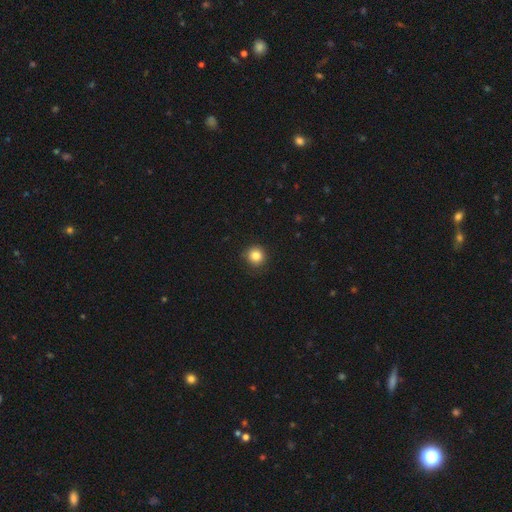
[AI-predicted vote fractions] smooth 84%, star or artifact 11%, featured or disk 5%. Down the decision tree: how rounded — round (94%); merging — none (90%).